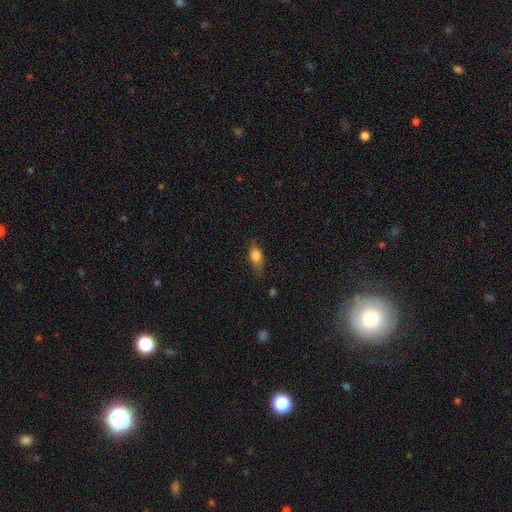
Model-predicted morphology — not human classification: A smooth galaxy with no disk features (79%) that is in between round and cigar-shaped (79%). Merging: none (73%).